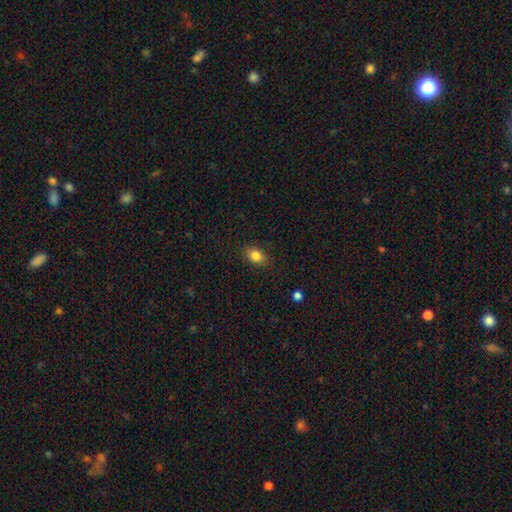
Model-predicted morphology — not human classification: This appears to be a smooth galaxy with no disk features (84%) that is in between round and cigar-shaped (77%). Merging: none (84%).